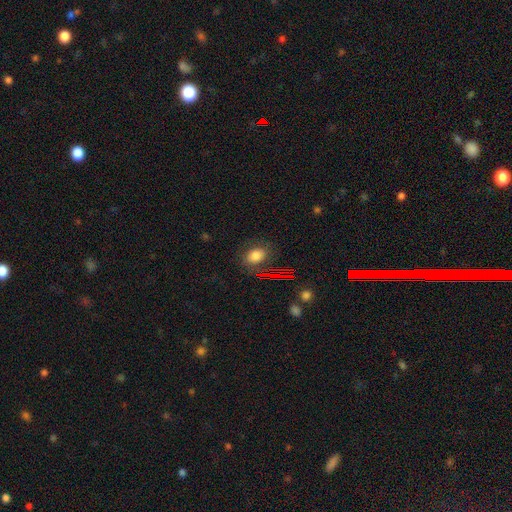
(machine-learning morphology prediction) This appears to be a smooth galaxy with no disk features (74%) that is in between round and cigar-shaped (67%). Merging: none (79%).